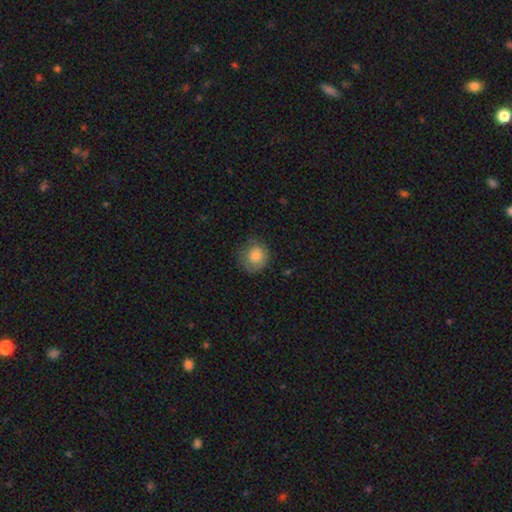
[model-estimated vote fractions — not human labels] Smooth or featured?
  - smooth: 78% *
  - featured or disk: 14%
  - star or artifact: 8%
How rounded?
  - round: 82% *
  - in between: 18%
  - cigar-shaped: 1%
Merging?
  - none: 66% *
  - minor disturbance: 24%
  - major disturbance: 9%
  - merger: 1%